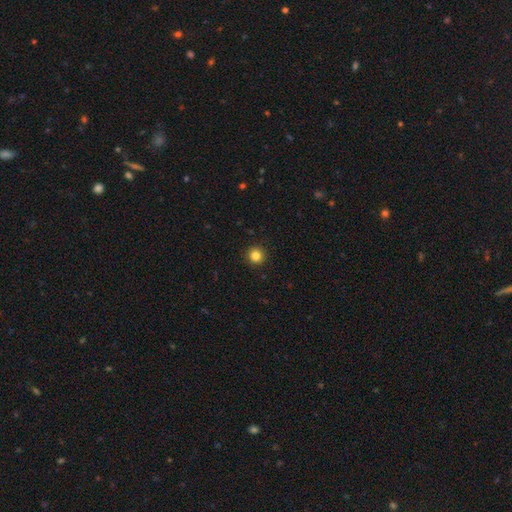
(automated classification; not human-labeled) Q: Smooth or featured?
A: smooth (84%); runner-up: star or artifact (12%)
Q: How rounded?
A: round (95%); runner-up: in between (4%)
Q: Merging?
A: none (93%); runner-up: minor disturbance (5%)